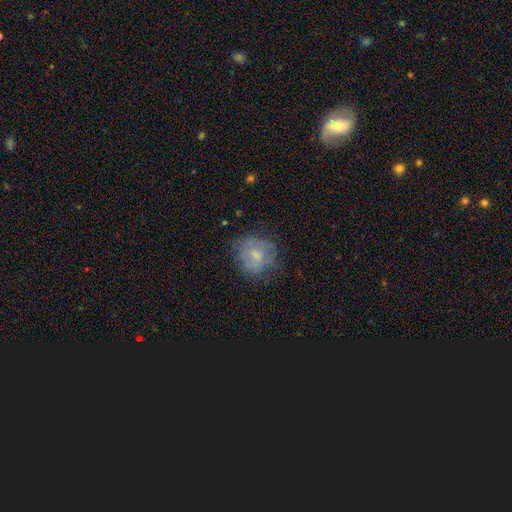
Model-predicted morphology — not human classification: smooth 54%, featured or disk 37%, star or artifact 9%. Down the decision tree: how rounded — round (76%); merging — none (62%).